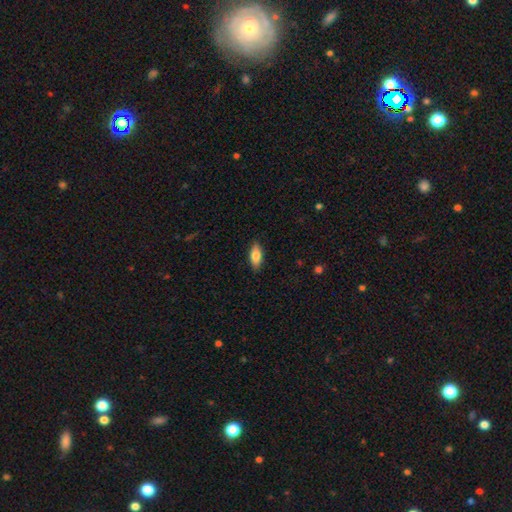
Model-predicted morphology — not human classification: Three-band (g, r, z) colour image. It shows a smooth galaxy with no disk features (77%) that is in between round and cigar-shaped (81%). Merging: none (88%).